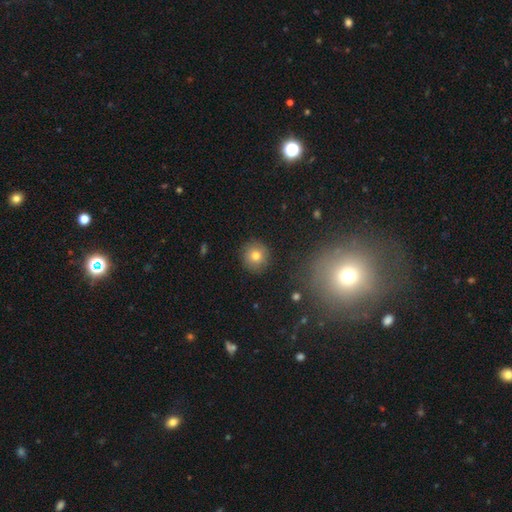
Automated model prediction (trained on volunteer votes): Q: Smooth or featured?
A: smooth (76%); runner-up: star or artifact (12%)
Q: How rounded?
A: round (93%); runner-up: in between (6%)
Q: Merging?
A: none (89%); runner-up: minor disturbance (7%)